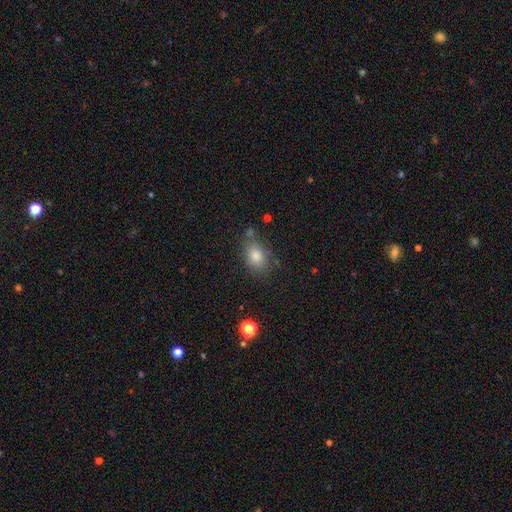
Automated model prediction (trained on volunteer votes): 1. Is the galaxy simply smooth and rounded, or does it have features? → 79% smooth, 12% star or artifact, 9% featured or disk.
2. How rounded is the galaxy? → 71% in between, 28% round, 2% cigar-shaped.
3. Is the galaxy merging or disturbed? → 72% none, 17% minor disturbance, 6% merger, 5% major disturbance.